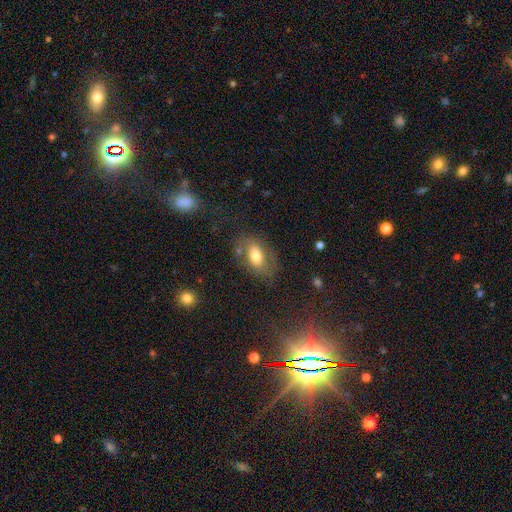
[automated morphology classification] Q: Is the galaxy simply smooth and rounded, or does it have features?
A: smooth — 58%.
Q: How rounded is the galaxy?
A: in between — 88%.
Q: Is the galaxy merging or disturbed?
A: none — 65%.